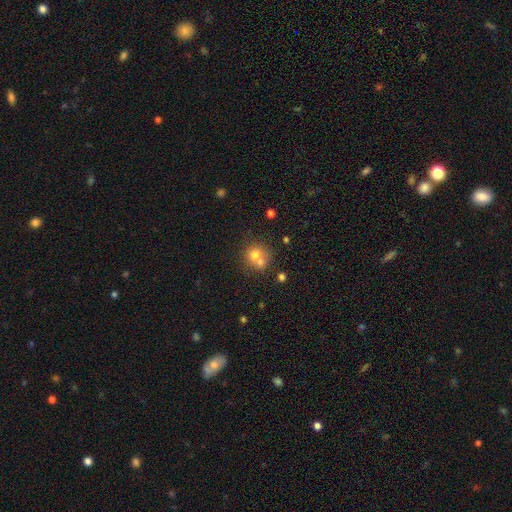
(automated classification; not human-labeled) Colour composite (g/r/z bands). It shows a smooth galaxy with no disk features (70%) that is round (82%). Merging: merger (45%).